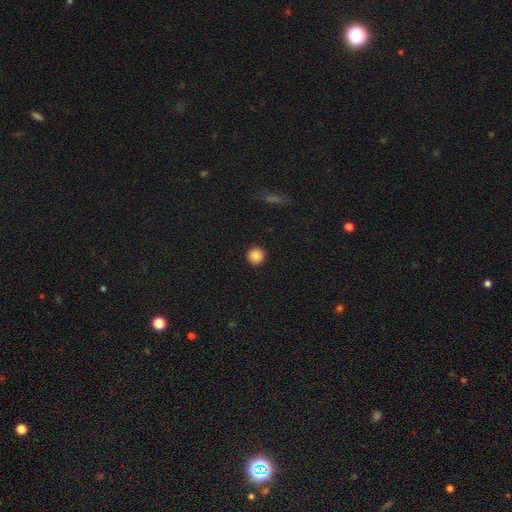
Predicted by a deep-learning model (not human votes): smooth_or_featured: smooth (p=0.85) [alt: star or artifact p=0.10]
how_rounded: round (p=0.95) [alt: in between p=0.04]
merging: none (p=0.93) [alt: minor disturbance p=0.04]